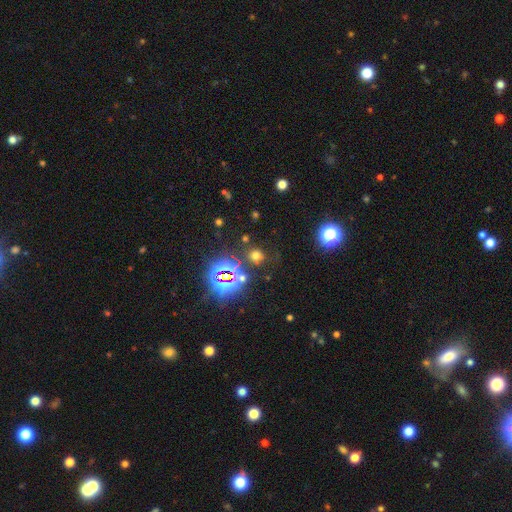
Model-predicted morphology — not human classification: A smooth galaxy with no disk features (52%) that is round (83%). Merging: none (80%).